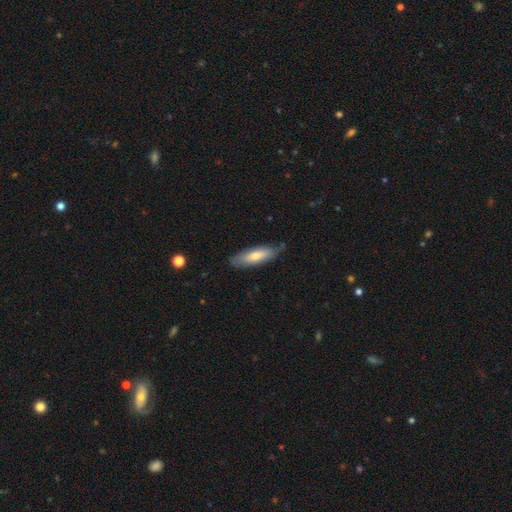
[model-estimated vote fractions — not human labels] smooth-or-featured: smooth: 67% | featured or disk: 28% | star or artifact: 6%
  how-rounded: cigar-shaped: 53% | in between: 45% | round: 2%
  merging: none: 78% | minor disturbance: 18% | major disturbance: 3% | merger: 2%